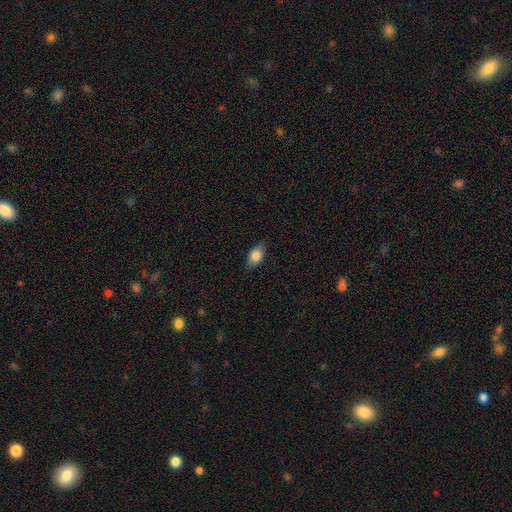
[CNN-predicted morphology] Smooth or featured: smooth — 83% (featured or disk — 10%)
How rounded: in between — 89% (round — 7%)
Merging: none — 85% (minor disturbance — 12%)